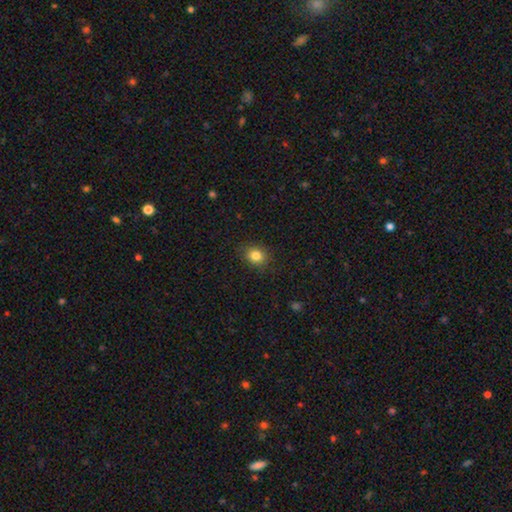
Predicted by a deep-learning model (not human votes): A smooth galaxy with no disk features (83%) that is round (67%). Merging: none (87%).